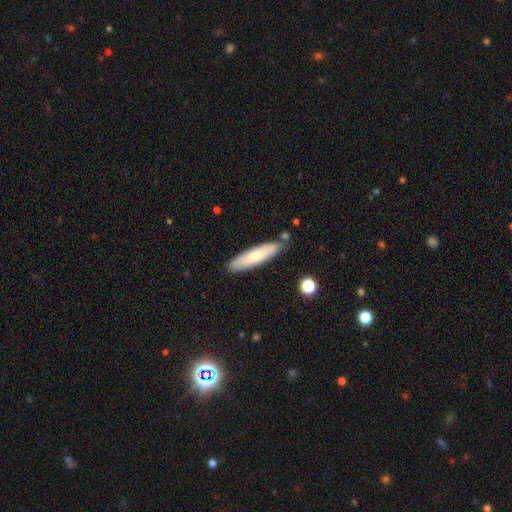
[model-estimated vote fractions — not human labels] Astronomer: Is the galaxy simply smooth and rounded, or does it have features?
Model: smooth — 67%.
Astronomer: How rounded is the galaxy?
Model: cigar-shaped — 75%.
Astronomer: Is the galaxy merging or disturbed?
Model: none — 82%.